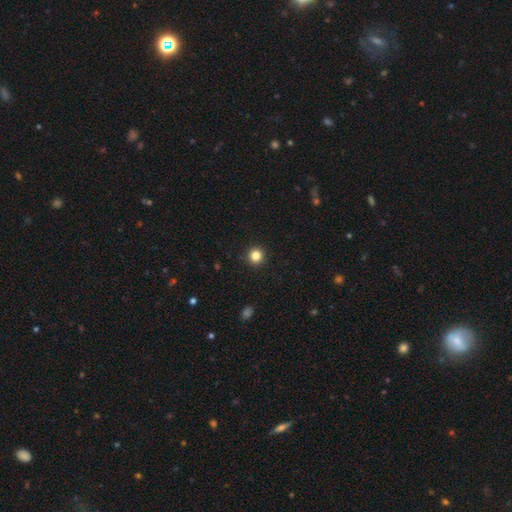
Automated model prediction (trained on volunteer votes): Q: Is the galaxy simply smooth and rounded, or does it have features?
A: smooth — 83%.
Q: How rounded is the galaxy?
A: round — 95%.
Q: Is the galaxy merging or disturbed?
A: none — 93%.